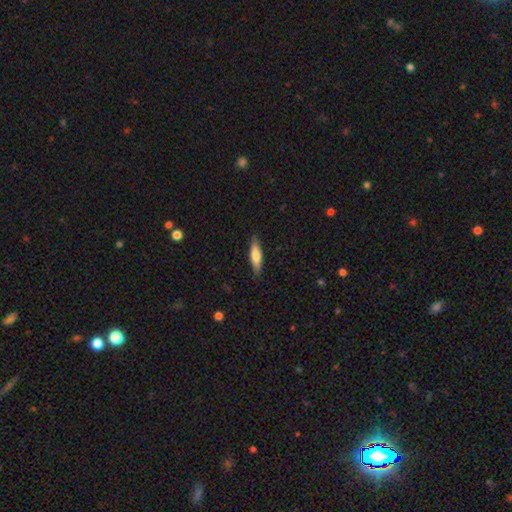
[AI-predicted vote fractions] Smooth or featured?
  - smooth: 61% *
  - featured or disk: 33%
  - star or artifact: 6%
How rounded?
  - cigar-shaped: 67% *
  - in between: 31%
  - round: 2%
Merging?
  - none: 87% *
  - minor disturbance: 10%
  - major disturbance: 2%
  - merger: 1%